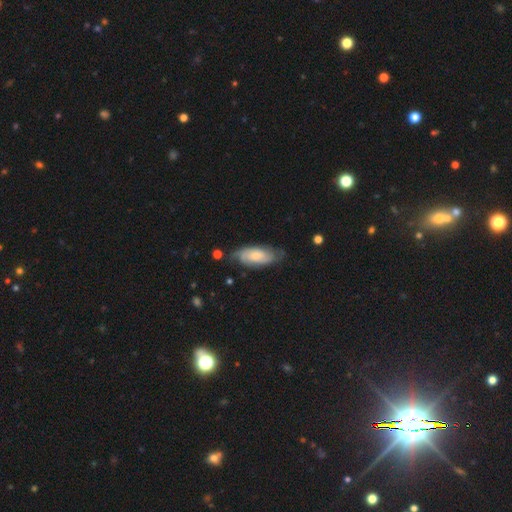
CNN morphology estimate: A featured or disk galaxy (60%) with no bar (73%), spiral arms (89%) and a small central bulge (60%). Merging: none (67%).